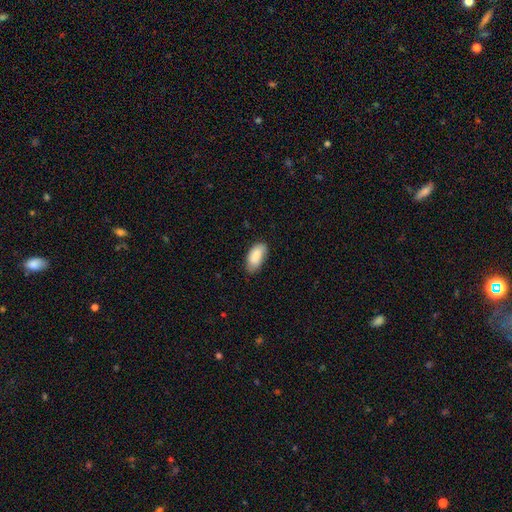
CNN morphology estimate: A smooth galaxy with no disk features (85%) that is in between round and cigar-shaped (94%). Merging: none (68%).